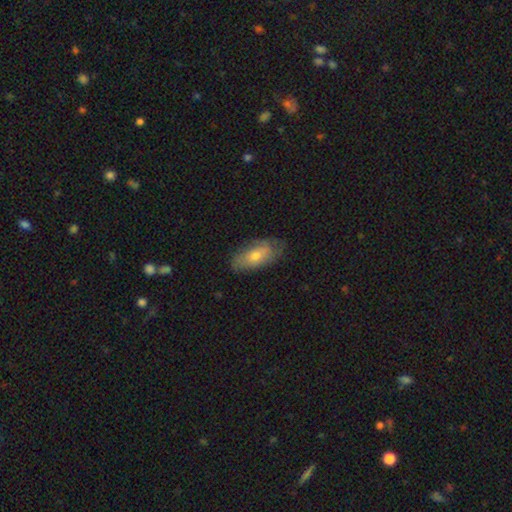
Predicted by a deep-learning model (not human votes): This appears to be a smooth galaxy with no disk features (61%) that is in between round and cigar-shaped (83%). Merging: none (73%).